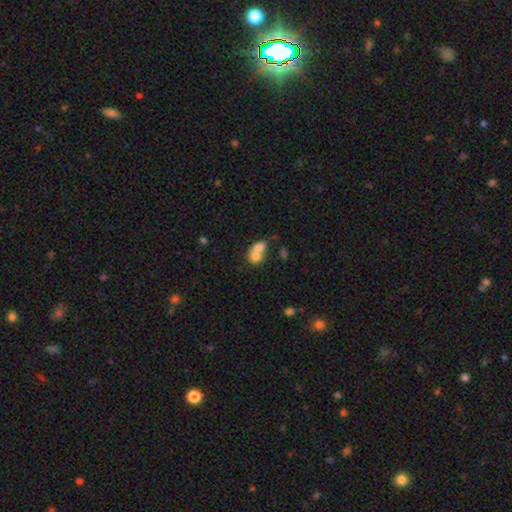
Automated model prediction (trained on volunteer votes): This is likely a smooth galaxy (72%). How rounded: possibly in between (53%). Merging: likely merger (74%).